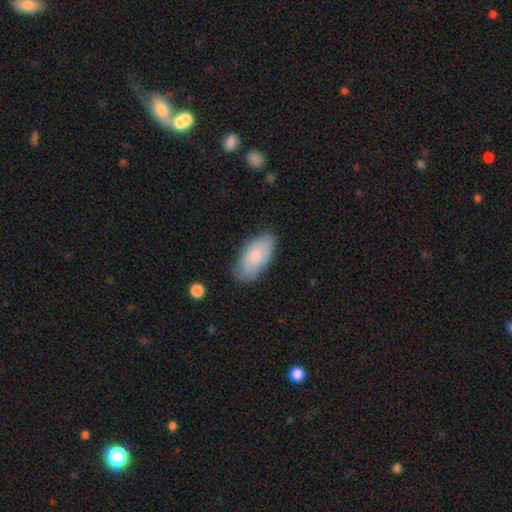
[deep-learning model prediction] The model was most divided on "merging": none: 77%, minor disturbance: 18%, major disturbance: 3%, merger: 1%. More confident: how rounded — in between (93%); smooth or featured — smooth (79%).